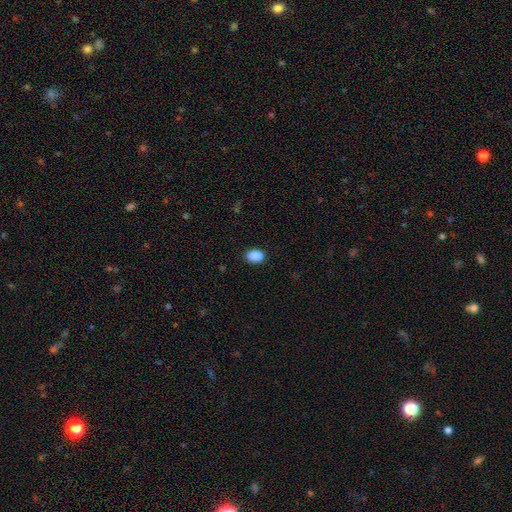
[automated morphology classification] A smooth galaxy with no disk features (89%) that is in between round and cigar-shaped (83%).

Vote fractions:
- Smooth or featured? smooth: 89% / star or artifact: 8% / featured or disk: 3%
- How rounded? in between: 83% / round: 16% / cigar-shaped: 1%
- Merging? none: 85% / minor disturbance: 12% / major disturbance: 2% / merger: 1%